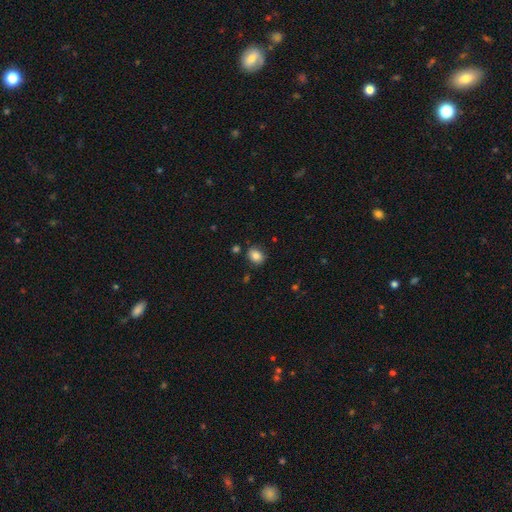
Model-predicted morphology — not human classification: type=smooth (83%); roundness=in between (56%); merging=none (81%).